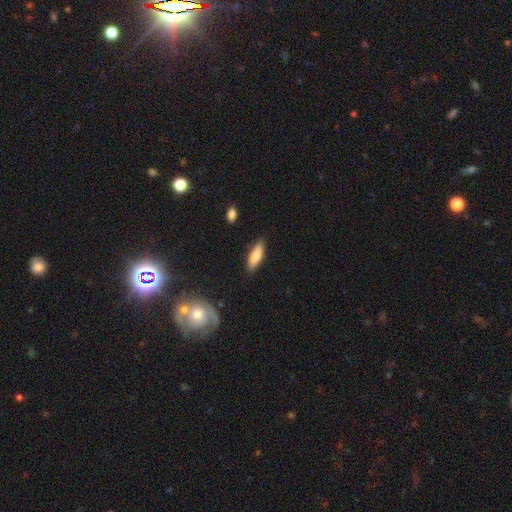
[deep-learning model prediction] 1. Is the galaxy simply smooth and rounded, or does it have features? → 81% smooth, 13% featured or disk, 6% star or artifact.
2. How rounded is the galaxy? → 55% in between, 43% cigar-shaped, 2% round.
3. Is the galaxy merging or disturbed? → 85% none, 11% minor disturbance, 2% major disturbance, 2% merger.